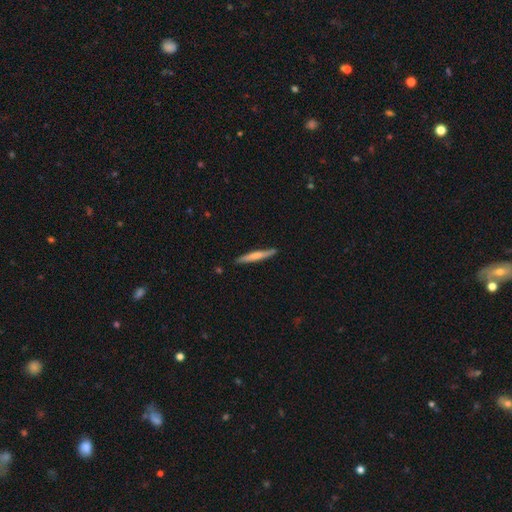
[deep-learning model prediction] smooth 59%, featured or disk 36%, star or artifact 5%. Down the decision tree: how rounded — cigar-shaped (95%); merging — none (88%).